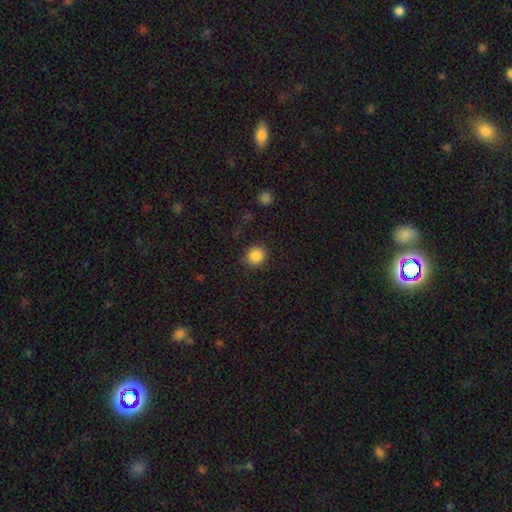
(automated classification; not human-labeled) Morphology: type=smooth (87%); roundness=round (78%); merging=none (80%).